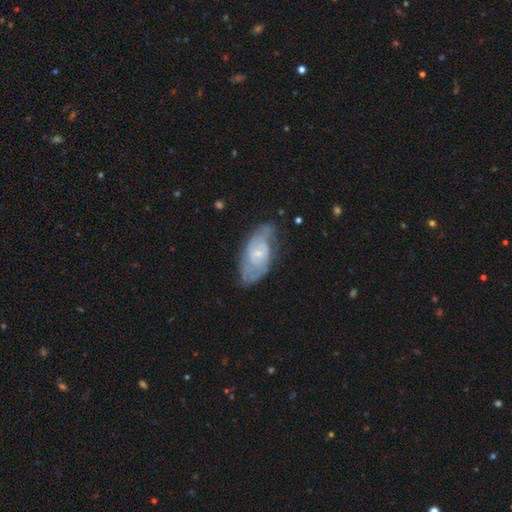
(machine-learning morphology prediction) A featured or disk galaxy (67%) with no bar (59%), 2 (47%) tight (49%) spiral arms (88%) and a small central bulge (58%).

Vote fractions:
- Smooth or featured? featured or disk: 67% / smooth: 23% / star or artifact: 10%
- Edge-on disk? no: 92% / yes: 8%
- Bar? no: 59% / weak: 35% / strong: 6%
- Spiral arms? yes: 88% / no: 12%
- Spiral winding? tight: 49% / medium: 39% / loose: 13%
- Spiral arm count? 2: 47% / can't tell: 34% / 3: 9% / 1: 3% / 4: 3% / more than 4: 3%
- Bulge size? small: 58% / moderate: 29% / none: 9% / large: 3% / dominant: 1%
- Merging? none: 74% / minor disturbance: 19% / major disturbance: 5% / merger: 1%